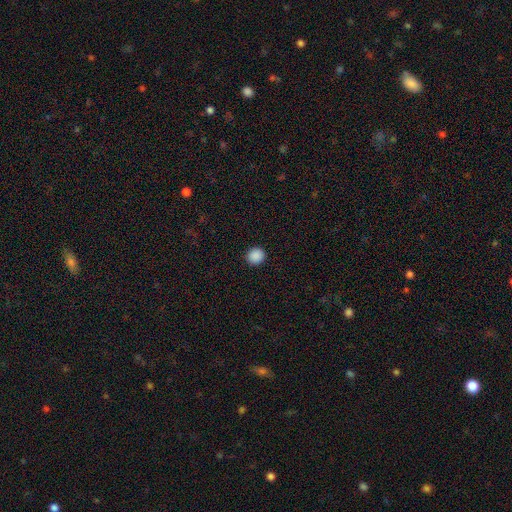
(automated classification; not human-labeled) Smooth or featured? Predicted: smooth (p=0.89). How rounded? Predicted: round (p=0.91). Merging? Predicted: none (p=0.93).